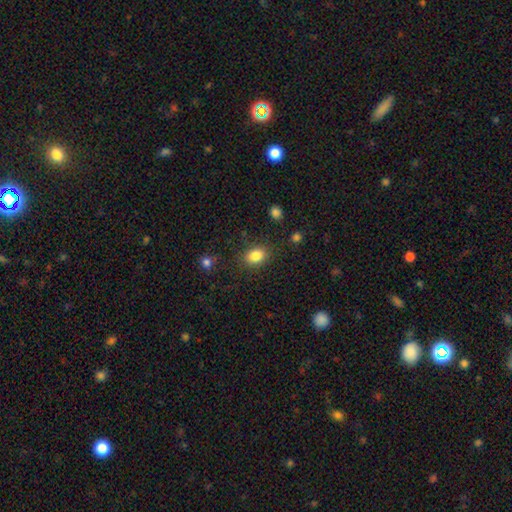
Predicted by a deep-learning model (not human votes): Smooth or featured?
  - smooth: 85% *
  - star or artifact: 9%
  - featured or disk: 6%
How rounded?
  - in between: 72% *
  - round: 27%
  - cigar-shaped: 1%
Merging?
  - none: 83% *
  - minor disturbance: 12%
  - major disturbance: 4%
  - merger: 2%